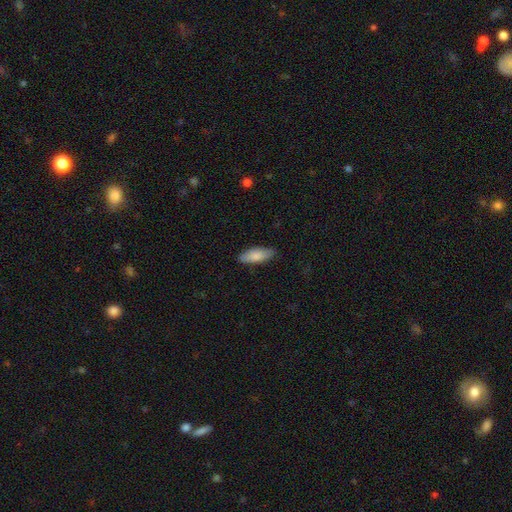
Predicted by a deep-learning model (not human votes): smooth-or-featured: smooth: 84% | featured or disk: 11% | star or artifact: 5%
  how-rounded: in between: 72% | cigar-shaped: 26% | round: 2%
  merging: none: 86% | minor disturbance: 11% | major disturbance: 2% | merger: 1%